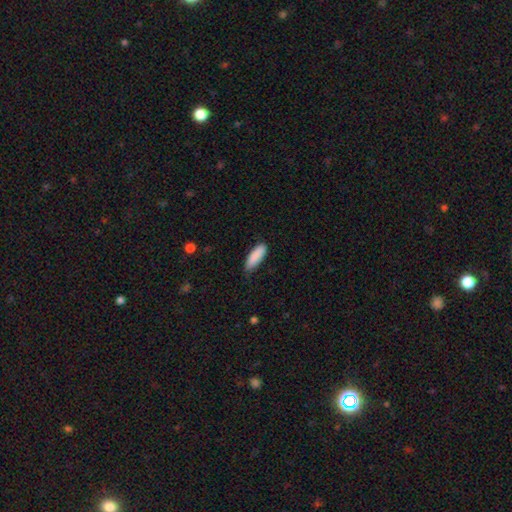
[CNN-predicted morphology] Overall: smooth (89%). How rounded: in between (57%; cigar-shaped 42%). Merging: none (75%).